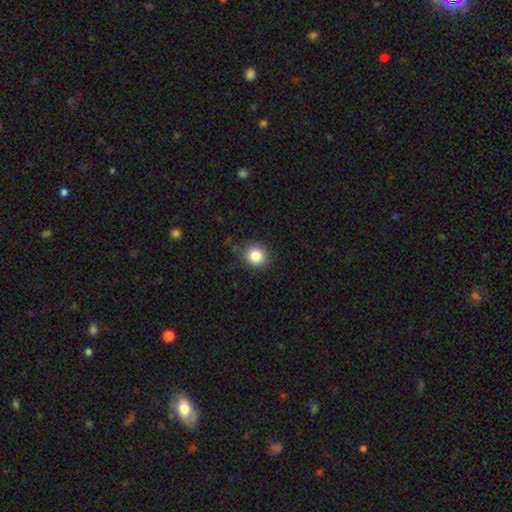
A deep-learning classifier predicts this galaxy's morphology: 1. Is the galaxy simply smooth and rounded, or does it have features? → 85% smooth, 10% star or artifact, 5% featured or disk.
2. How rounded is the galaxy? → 87% round, 12% in between, 1% cigar-shaped.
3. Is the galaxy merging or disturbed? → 85% none, 11% minor disturbance, 3% major disturbance, 1% merger.